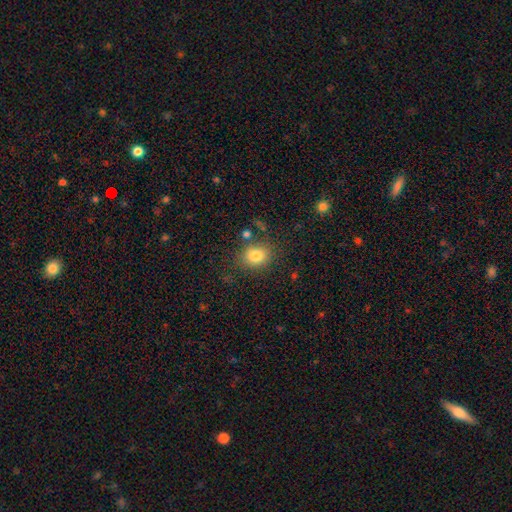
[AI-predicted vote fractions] This appears to be a smooth galaxy with no disk features (81%) that is round (63%). Merging: none (76%).